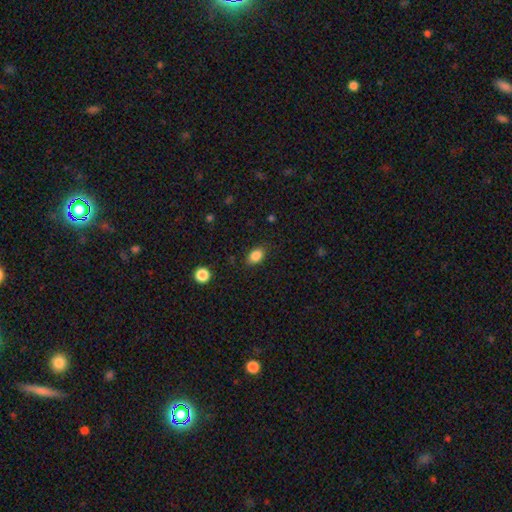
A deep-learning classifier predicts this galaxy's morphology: Smooth or featured?
  - smooth: 85% *
  - star or artifact: 9%
  - featured or disk: 5%
How rounded?
  - in between: 83% *
  - round: 15%
  - cigar-shaped: 2%
Merging?
  - none: 83% *
  - minor disturbance: 12%
  - major disturbance: 3%
  - merger: 1%